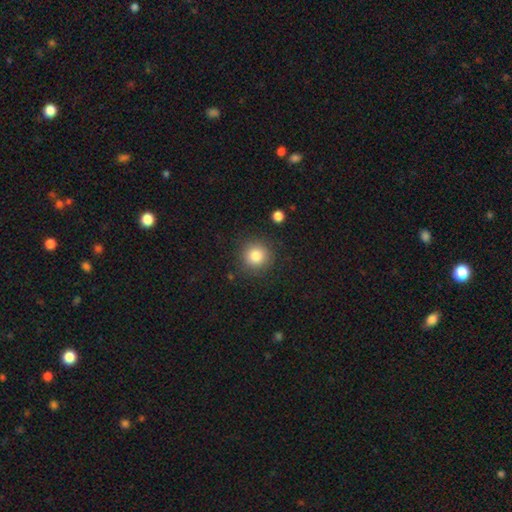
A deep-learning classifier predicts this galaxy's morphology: The model was most divided on "smooth or featured": smooth: 83%, star or artifact: 10%, featured or disk: 6%. More confident: how rounded — round (93%); merging — none (87%).